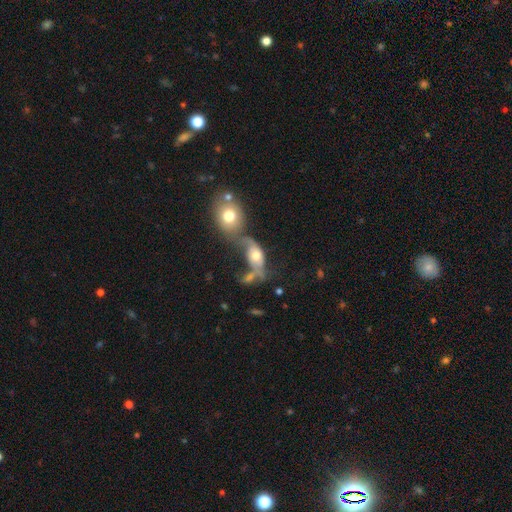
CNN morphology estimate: Q: Smooth or featured?
A: smooth (45%); runner-up: featured or disk (43%)
Q: Merging?
A: merger (52%); runner-up: major disturbance (19%)